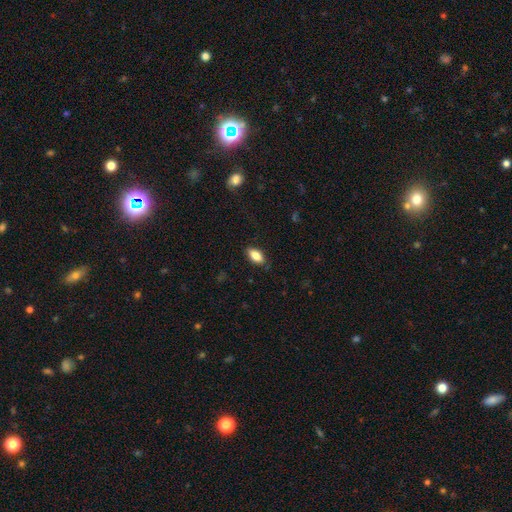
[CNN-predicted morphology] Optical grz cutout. It shows a smooth galaxy with no disk features (84%) that is in between round and cigar-shaped (90%). Merging: none (84%).